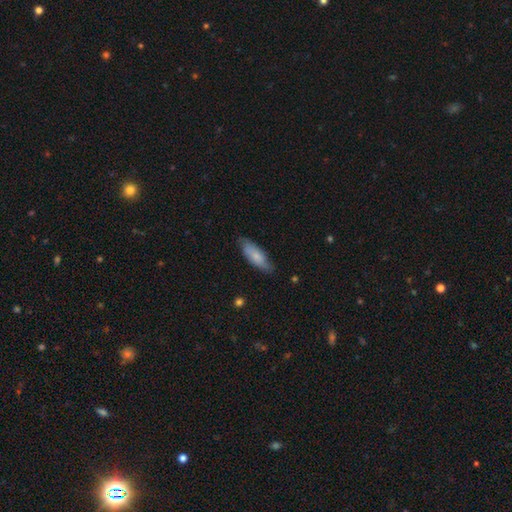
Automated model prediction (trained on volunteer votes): This is likely a smooth galaxy (71%). How rounded: likely in between (61%). Merging: likely none (76%).